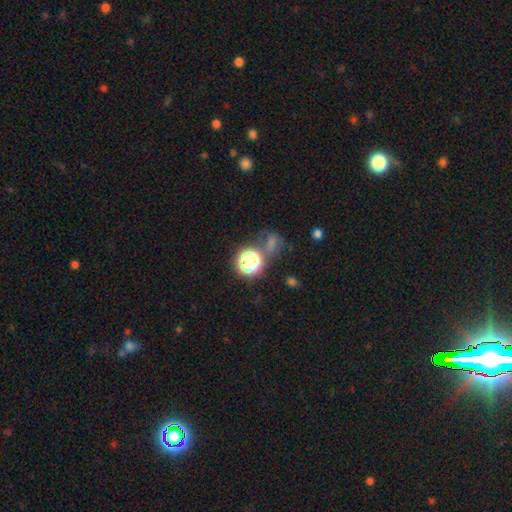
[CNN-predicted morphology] Overall: star or artifact (67%).